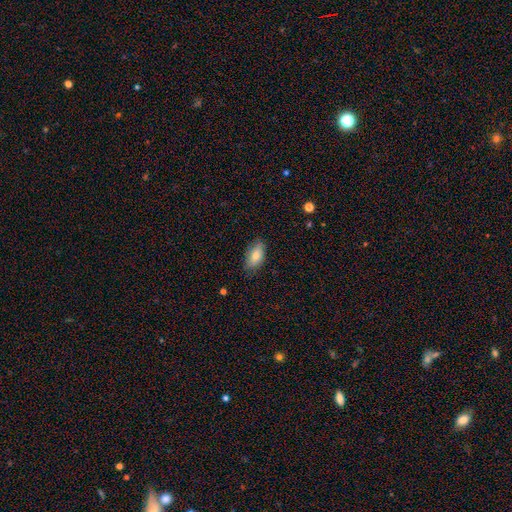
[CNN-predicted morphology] Overall: smooth (77%). How rounded: in between (90%). Merging: none (78%).